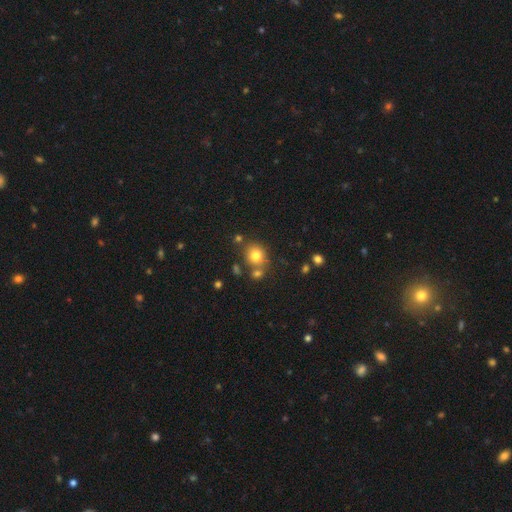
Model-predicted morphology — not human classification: This appears to be a smooth galaxy with no disk features (79%) that is round (78%). Merging: none (68%).